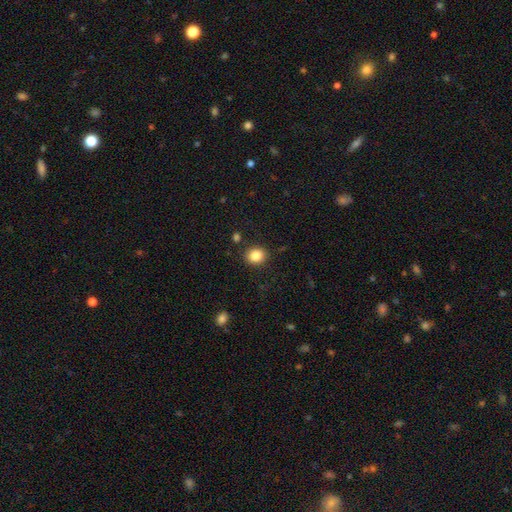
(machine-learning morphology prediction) Smooth or featured? Predicted: smooth (p=0.85). How rounded? Predicted: round (p=0.71). Merging? Predicted: none (p=0.88).